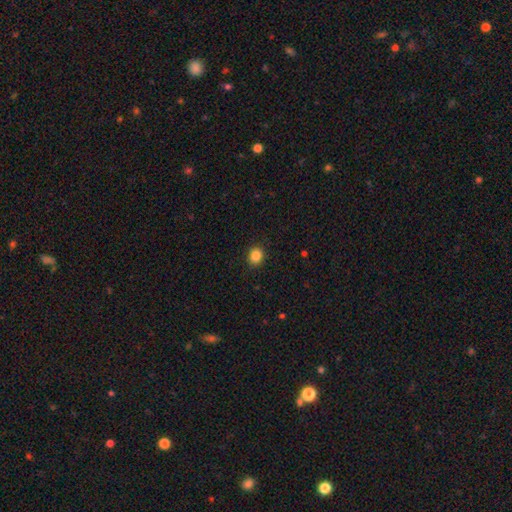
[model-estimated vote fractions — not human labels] Q: Smooth or featured?
A: smooth (85%); runner-up: star or artifact (11%)
Q: How rounded?
A: round (73%); runner-up: in between (26%)
Q: Merging?
A: none (91%); runner-up: minor disturbance (7%)